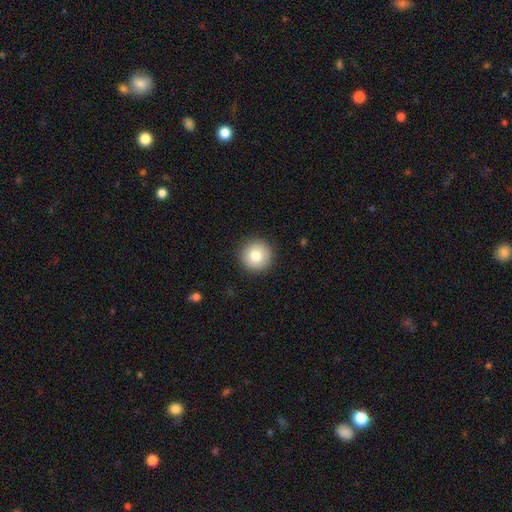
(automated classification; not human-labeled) smooth 81%, featured or disk 10%, star or artifact 9%. Down the decision tree: how rounded — round (95%); merging — none (91%).